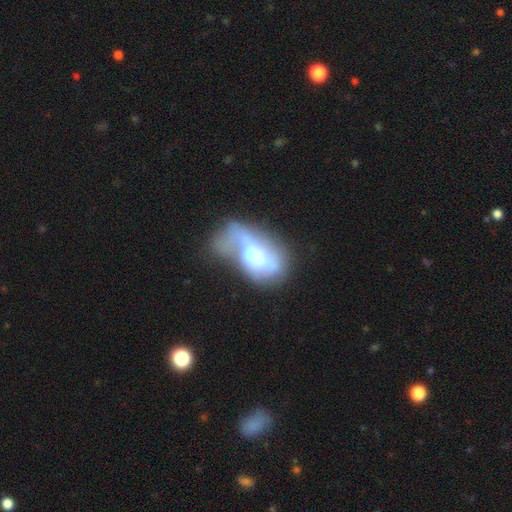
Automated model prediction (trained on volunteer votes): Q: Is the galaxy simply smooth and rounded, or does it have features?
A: featured or disk — 47%.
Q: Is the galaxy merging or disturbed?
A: major disturbance — 43%.